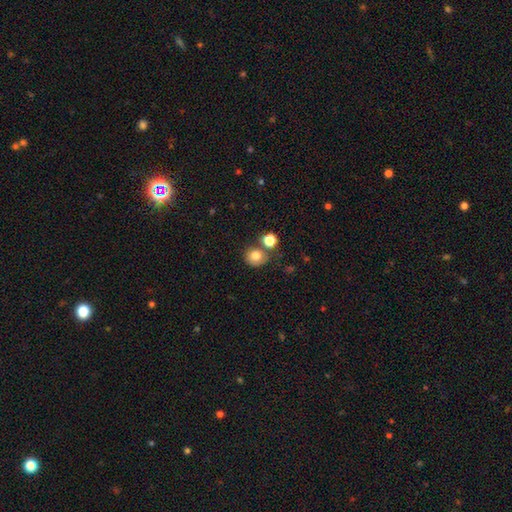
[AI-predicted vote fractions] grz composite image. It shows a smooth galaxy with no disk features (80%) that is round (81%). Merging: none (61%).